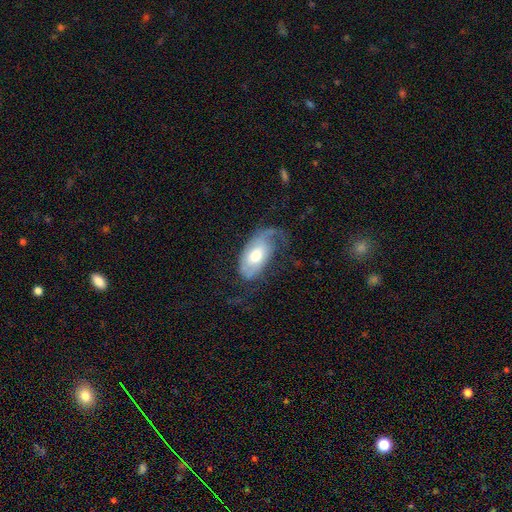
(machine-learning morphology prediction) featured or disk 57%, smooth 37%, star or artifact 6%. Down the decision tree: edge-on disk — no (92%); bar — no (68%); spiral arms — yes (75%); bulge size — moderate (68%); merging — none (41%).